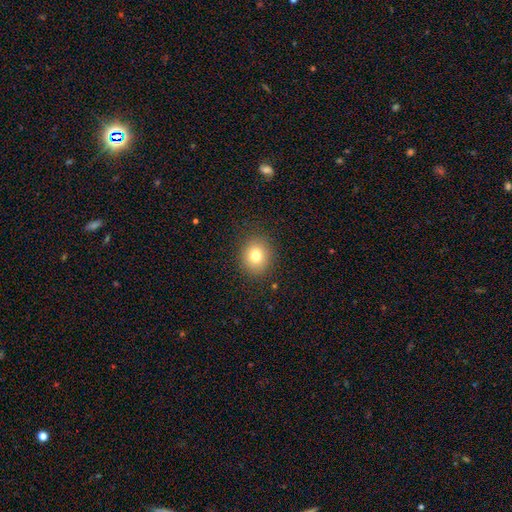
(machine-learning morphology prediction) Smooth or featured? smooth (77%)
How rounded? round (76%)
Merging? none (88%)